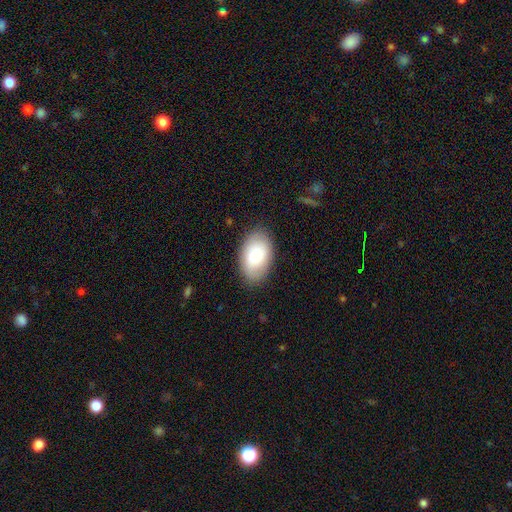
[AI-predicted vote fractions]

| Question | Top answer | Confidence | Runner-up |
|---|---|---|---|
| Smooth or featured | smooth | 84% | featured or disk (10%) |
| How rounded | in between | 93% | round (6%) |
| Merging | none | 84% | minor disturbance (12%) |